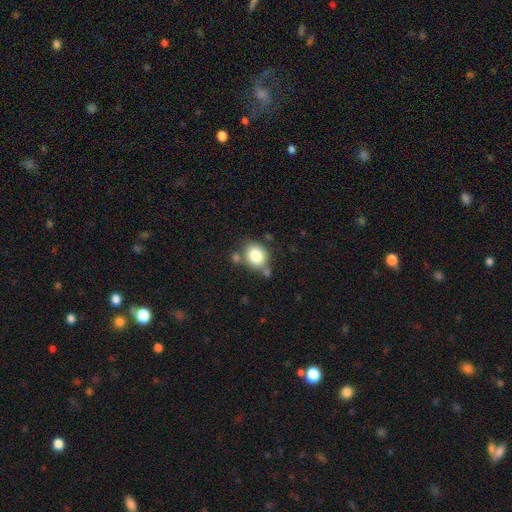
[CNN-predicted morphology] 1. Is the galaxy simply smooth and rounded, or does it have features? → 81% smooth, 9% featured or disk, 9% star or artifact.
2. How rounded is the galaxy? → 58% round, 41% in between, 1% cigar-shaped.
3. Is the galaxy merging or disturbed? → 67% none, 16% minor disturbance, 13% merger, 5% major disturbance.